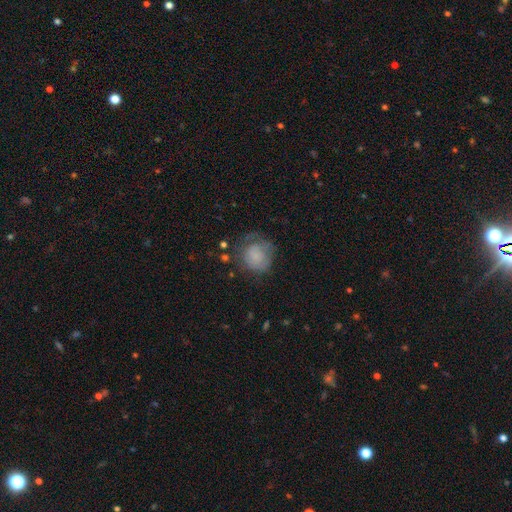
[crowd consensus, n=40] smooth-or-featured: smooth: 80% | featured or disk: 15% | star or artifact: 5%
  how-rounded: round: 81% | in between: 19% | cigar-shaped: 0%
  merging: minor disturbance: 37% | major disturbance: 32% | none: 26% | merger: 5%